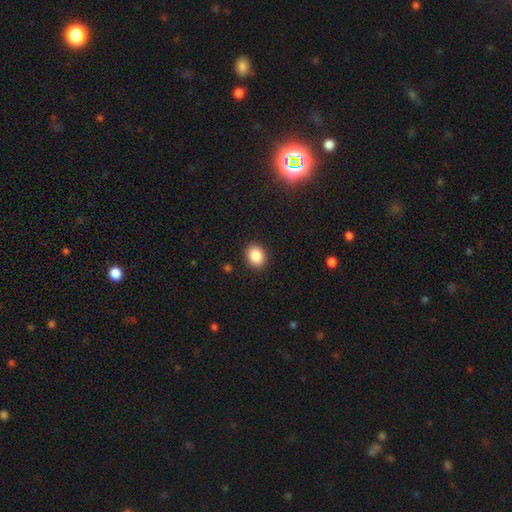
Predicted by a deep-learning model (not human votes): Q: Smooth or featured?
A: smooth (87%); runner-up: star or artifact (9%)
Q: How rounded?
A: round (55%); runner-up: in between (44%)
Q: Merging?
A: none (90%); runner-up: minor disturbance (7%)